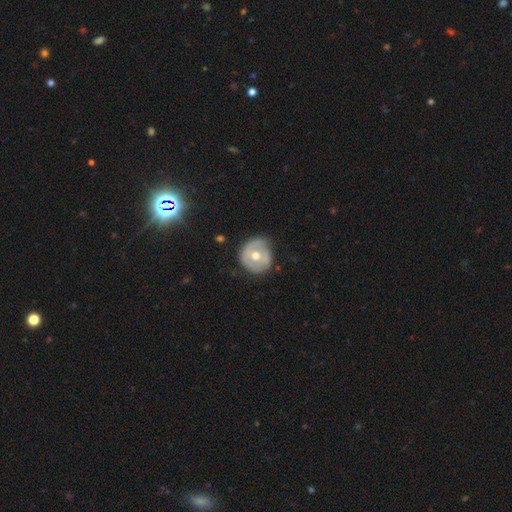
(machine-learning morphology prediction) Smooth or featured: featured or disk — 52% (smooth — 41%)
Edge-on disk: no — 96% (yes — 4%)
Merging: none — 64% (minor disturbance — 27%)